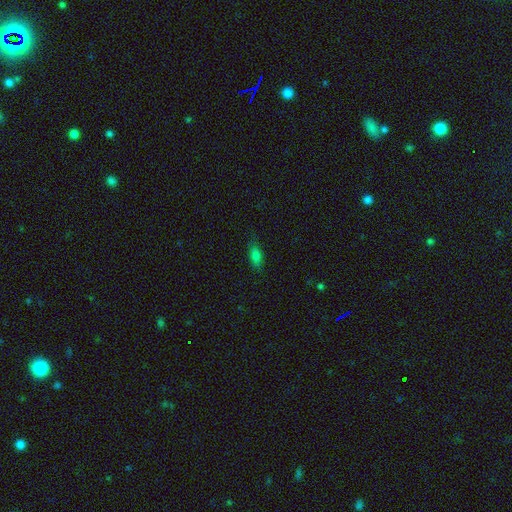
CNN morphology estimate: Smooth or featured? smooth (78%)
How rounded? in between (77%)
Merging? none (79%)